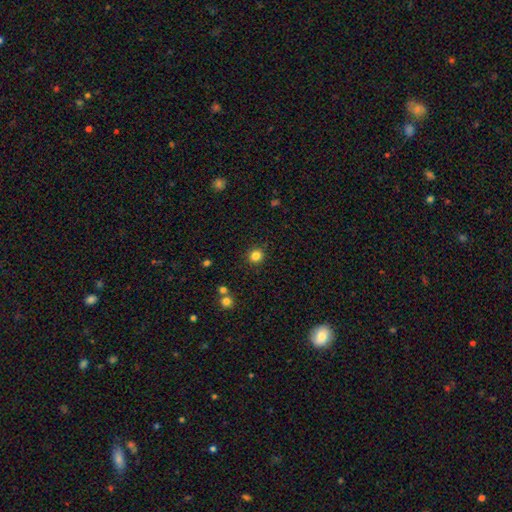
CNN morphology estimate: Smooth or featured: smooth — 84% (star or artifact — 12%)
How rounded: round — 92% (in between — 7%)
Merging: none — 91% (minor disturbance — 5%)